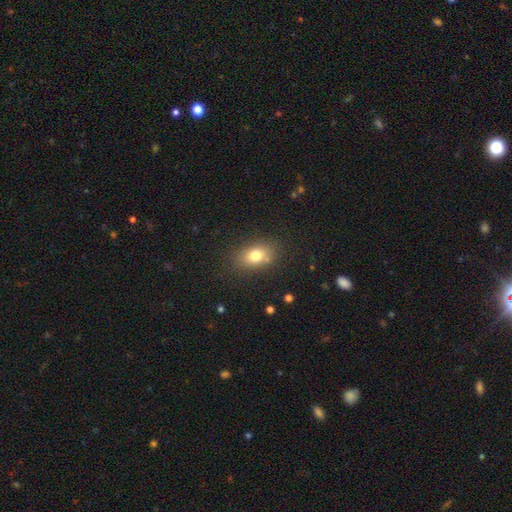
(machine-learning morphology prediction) Smooth or featured: smooth — 78% (featured or disk — 12%)
How rounded: in between — 79% (round — 19%)
Merging: none — 81% (minor disturbance — 12%)